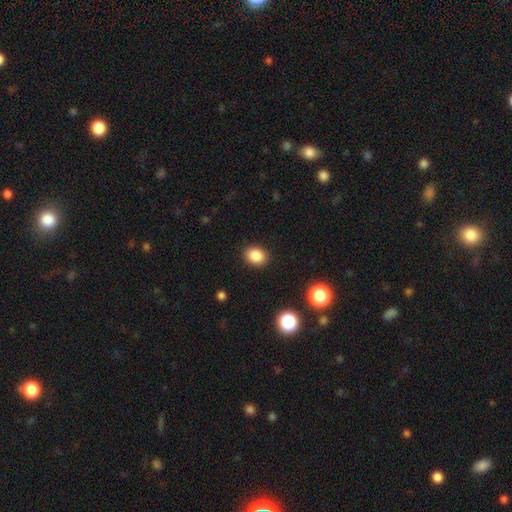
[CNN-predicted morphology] This is clearly a smooth galaxy (86%). How rounded: possibly in between (54%). Merging: clearly none (89%).